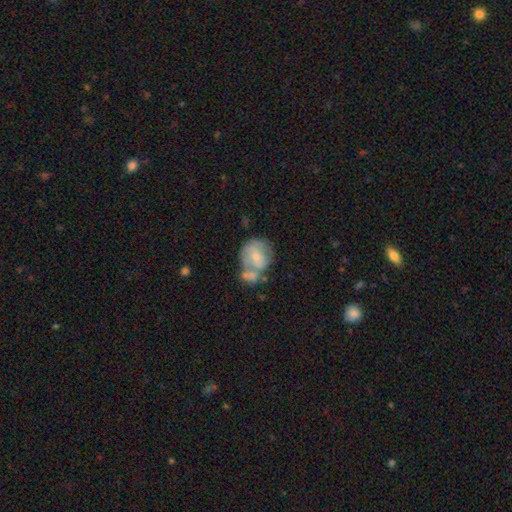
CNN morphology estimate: Q: Smooth or featured?
A: smooth (50%); runner-up: featured or disk (42%)
Q: Merging?
A: merger (46%); runner-up: none (29%)